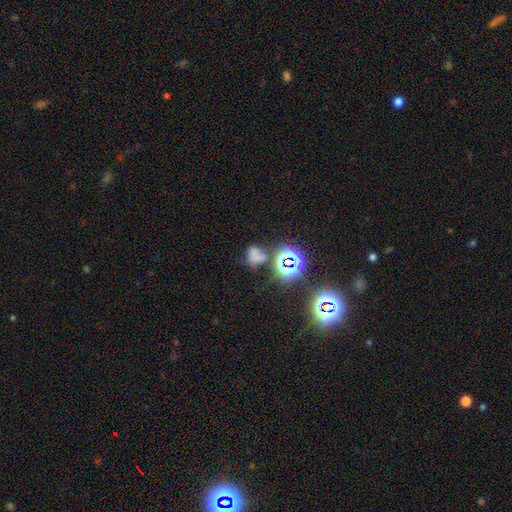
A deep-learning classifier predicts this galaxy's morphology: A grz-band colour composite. It shows a smooth galaxy with no disk features (44%). Merging: merger (33%).